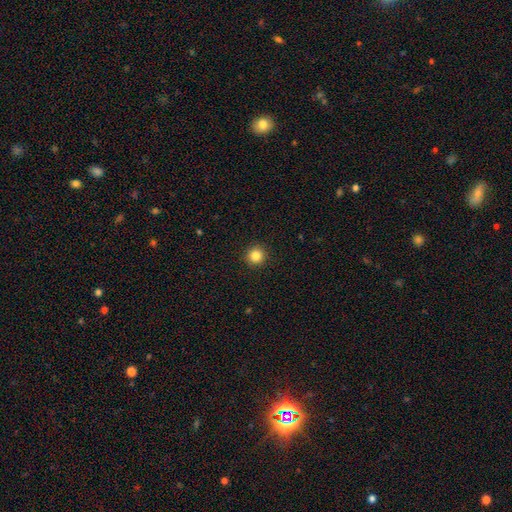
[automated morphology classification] Smooth or featured? smooth (84%)
How rounded? round (95%)
Merging? none (93%)